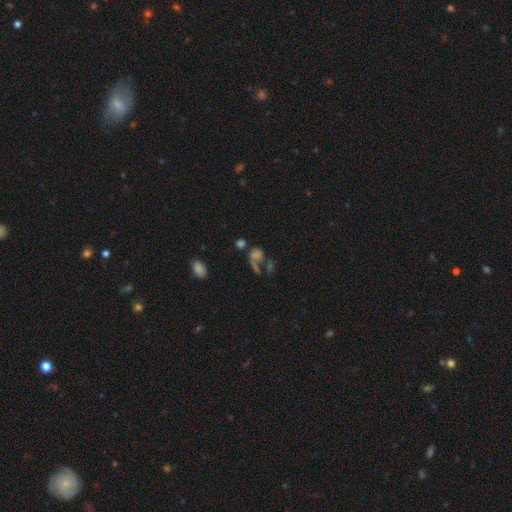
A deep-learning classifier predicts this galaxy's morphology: smooth_or_featured: smooth (p=0.39) [alt: star or artifact p=0.31]
merging: none (p=0.33) [alt: merger p=0.29]